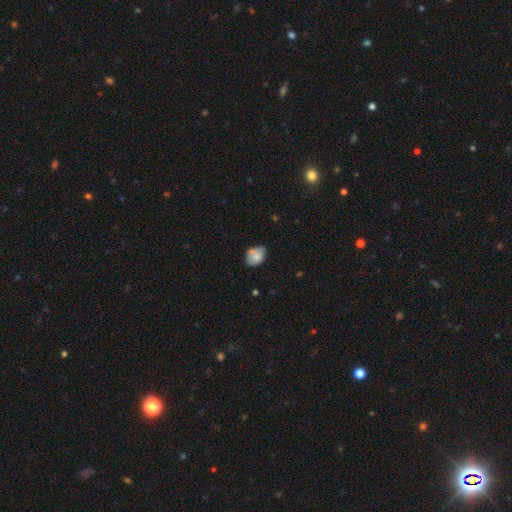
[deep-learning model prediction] A smooth galaxy with no disk features (76%) that is in between round and cigar-shaped (62%). Merging: none (55%).